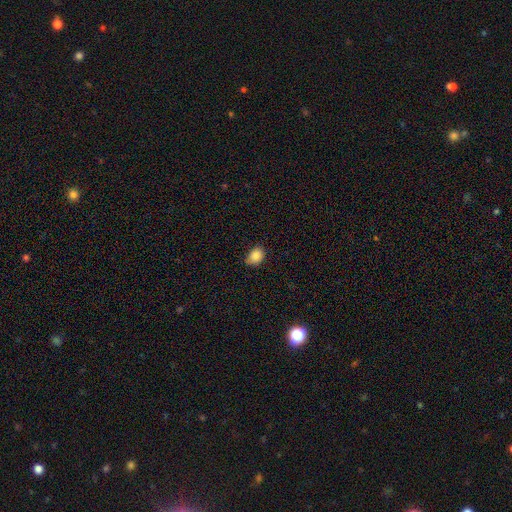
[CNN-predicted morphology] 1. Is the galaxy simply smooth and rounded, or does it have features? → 86% smooth, 9% star or artifact, 5% featured or disk.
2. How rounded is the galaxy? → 63% in between, 36% round, 1% cigar-shaped.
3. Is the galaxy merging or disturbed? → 73% none, 23% minor disturbance, 3% major disturbance, 1% merger.